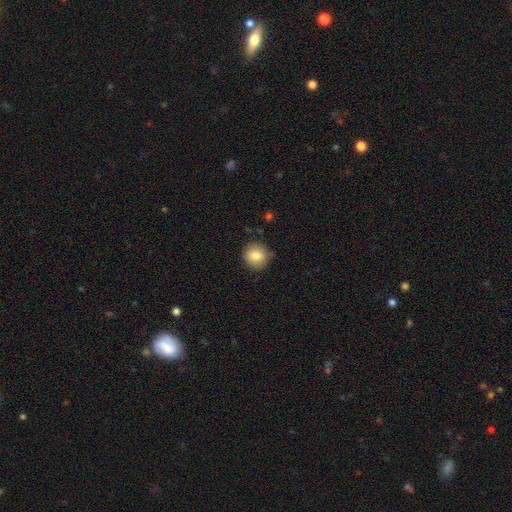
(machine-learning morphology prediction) This is clearly a smooth galaxy (82%). How rounded: clearly round (91%). Merging: clearly none (87%).